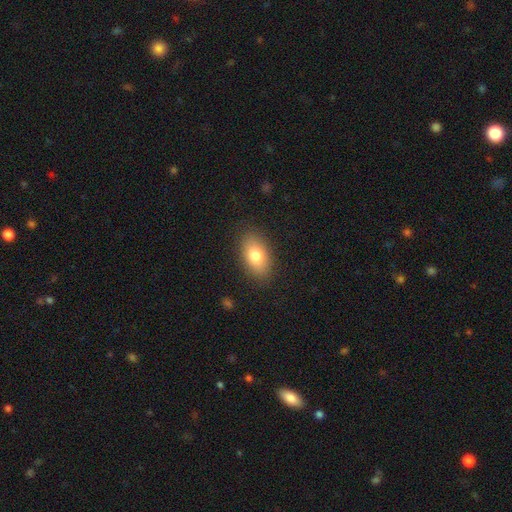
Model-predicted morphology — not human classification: smooth-or-featured: smooth: 79% | featured or disk: 13% | star or artifact: 8%
  how-rounded: in between: 90% | round: 7% | cigar-shaped: 3%
  merging: none: 86% | minor disturbance: 10% | major disturbance: 3% | merger: 1%